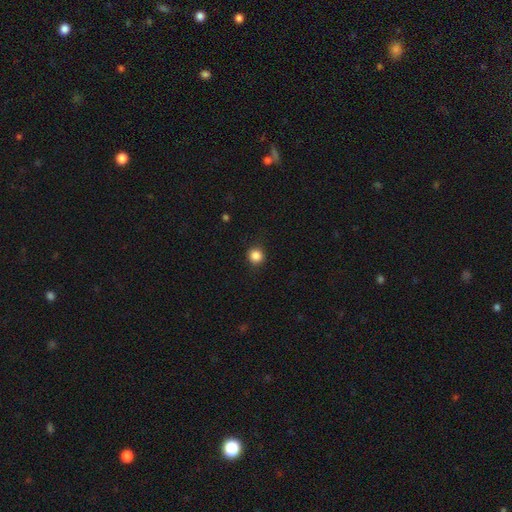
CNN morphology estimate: Overall: smooth (86%). How rounded: round (93%). Merging: none (90%).